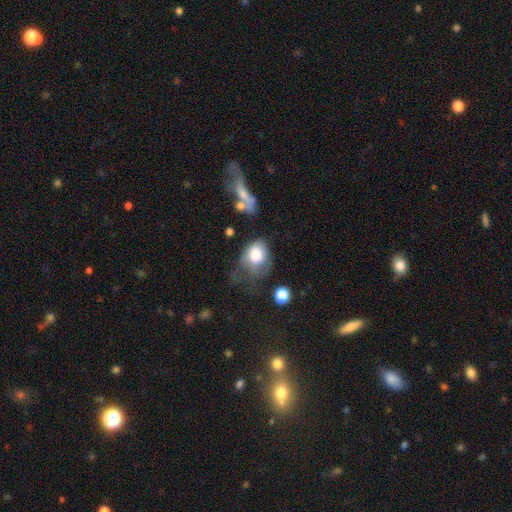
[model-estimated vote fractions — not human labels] Smooth or featured: smooth — 75% (featured or disk — 17%)
How rounded: in between — 53% (round — 46%)
Merging: major disturbance — 38% (minor disturbance — 29%)